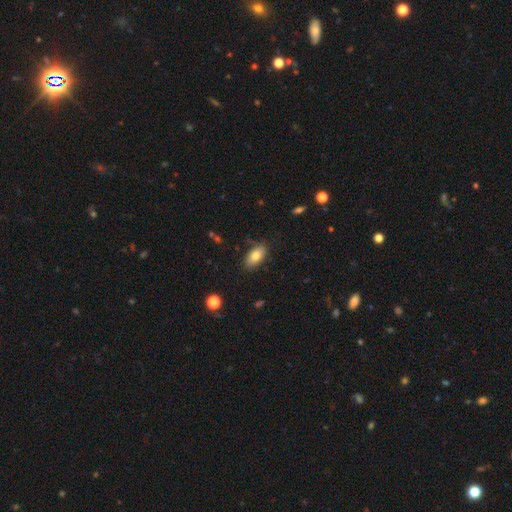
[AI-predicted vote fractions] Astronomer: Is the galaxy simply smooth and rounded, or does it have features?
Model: smooth — 78%.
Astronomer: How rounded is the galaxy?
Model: in between — 91%.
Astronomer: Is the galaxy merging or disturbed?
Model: none — 82%.